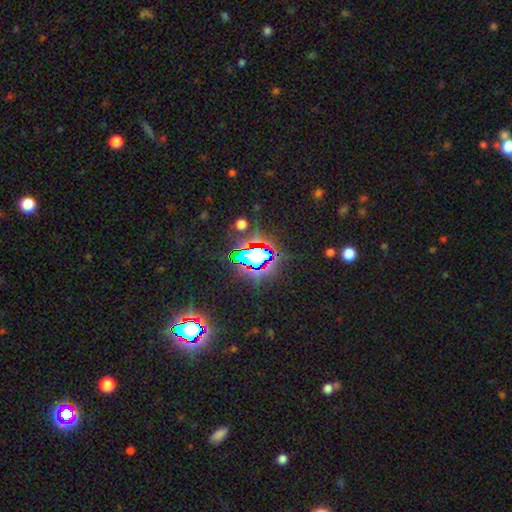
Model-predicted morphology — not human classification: Smooth or featured: star or artifact — 71% (smooth — 18%)